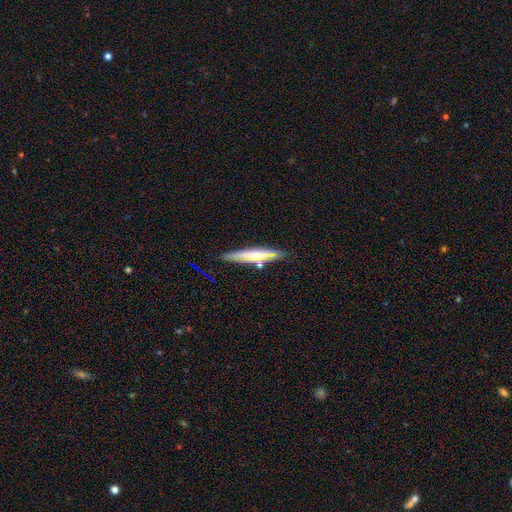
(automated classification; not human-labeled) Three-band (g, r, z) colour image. It shows a smooth galaxy with no disk features (54%) that is cigar-shaped (92%). Merging: none (81%).